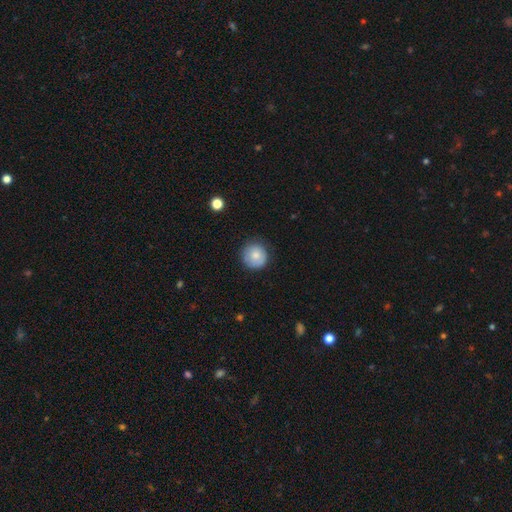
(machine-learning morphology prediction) A smooth galaxy with no disk features (79%) that is round (93%). Merging: none (82%).